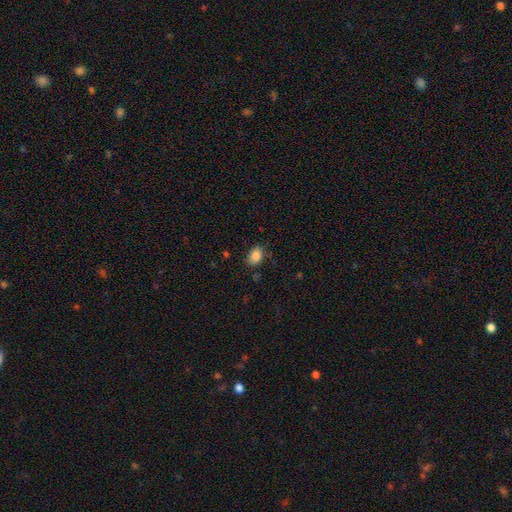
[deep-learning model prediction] This appears to be a smooth galaxy with no disk features (85%) that is in between round and cigar-shaped (76%). Merging: none (78%).